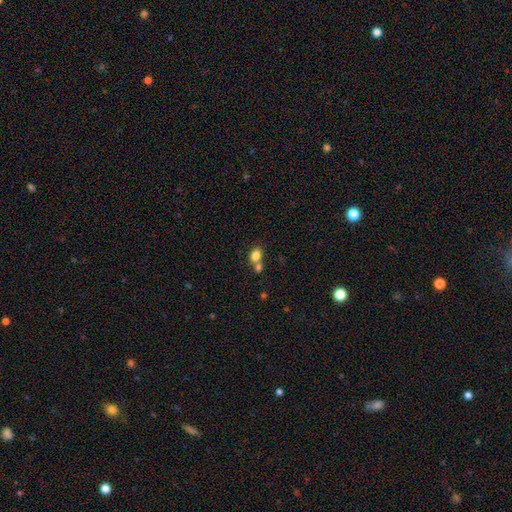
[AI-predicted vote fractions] This appears to be a smooth galaxy with no disk features (81%) that is in between round and cigar-shaped (57%). Merging: merger (45%).